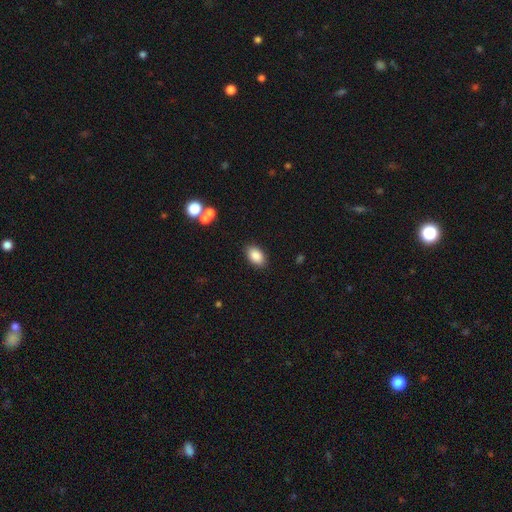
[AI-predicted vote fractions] smooth_or_featured: smooth (p=0.87) [alt: star or artifact p=0.08]
how_rounded: in between (p=0.91) [alt: round p=0.08]
merging: none (p=0.88) [alt: minor disturbance p=0.08]